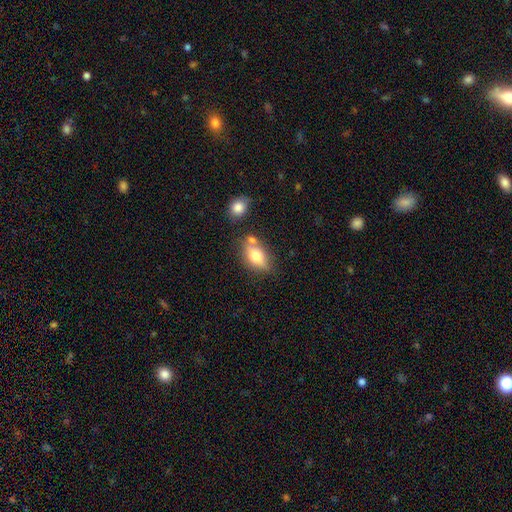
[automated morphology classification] type=smooth (71%); roundness=in between (81%); merging=none (55%).